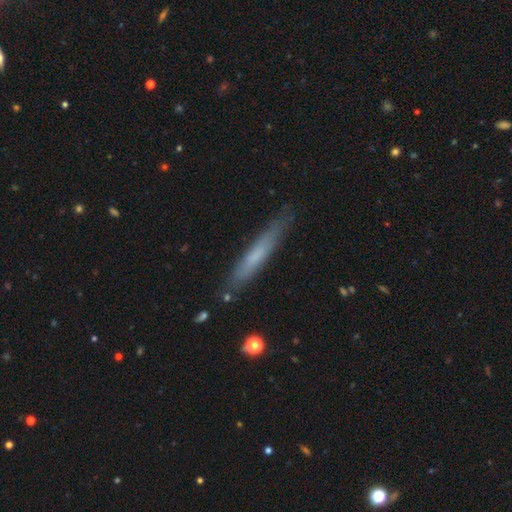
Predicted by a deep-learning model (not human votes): Smooth or featured? Predicted: smooth (p=0.60). How rounded? Predicted: cigar-shaped (p=0.94). Merging? Predicted: none (p=0.81).